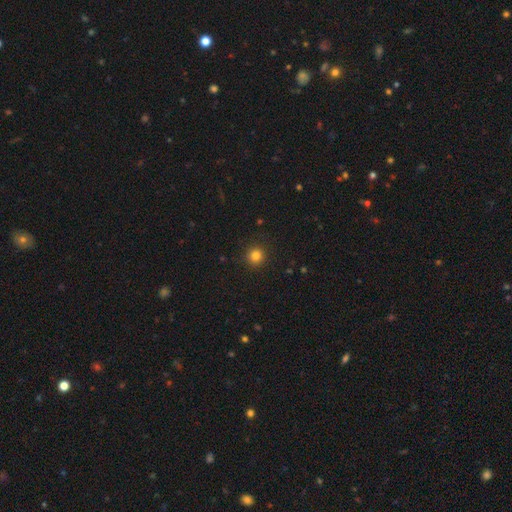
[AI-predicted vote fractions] smooth 82%, star or artifact 13%, featured or disk 5%. Down the decision tree: how rounded — round (95%); merging — none (93%).